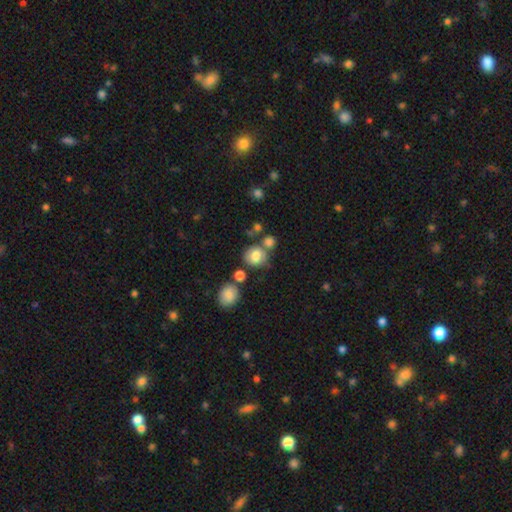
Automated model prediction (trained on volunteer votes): Smooth or featured?
  - smooth: 77% *
  - featured or disk: 13%
  - star or artifact: 10%
How rounded?
  - round: 78% *
  - in between: 21%
  - cigar-shaped: 1%
Merging?
  - none: 63% *
  - merger: 18%
  - minor disturbance: 15%
  - major disturbance: 5%